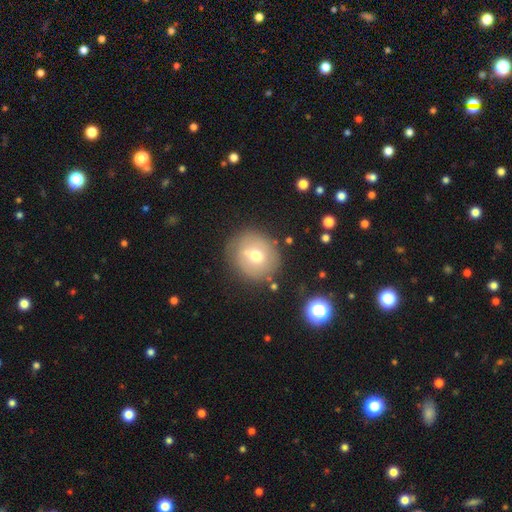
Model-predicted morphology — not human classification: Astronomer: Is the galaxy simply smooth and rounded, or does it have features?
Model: smooth — 60%.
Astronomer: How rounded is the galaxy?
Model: round — 88%.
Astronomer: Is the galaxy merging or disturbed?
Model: none — 76%.